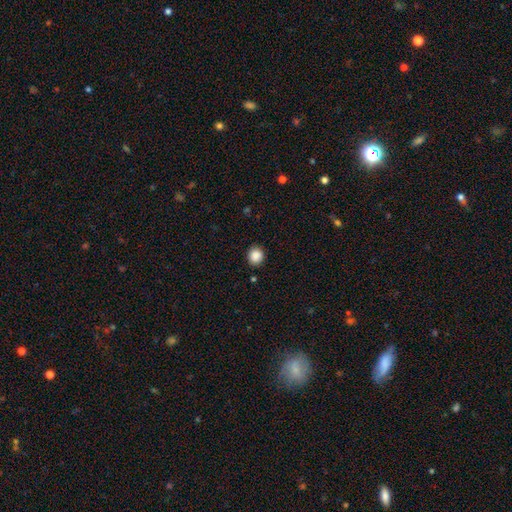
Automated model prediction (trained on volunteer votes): A smooth galaxy with no disk features (88%) that is round (79%). Merging: none (88%).